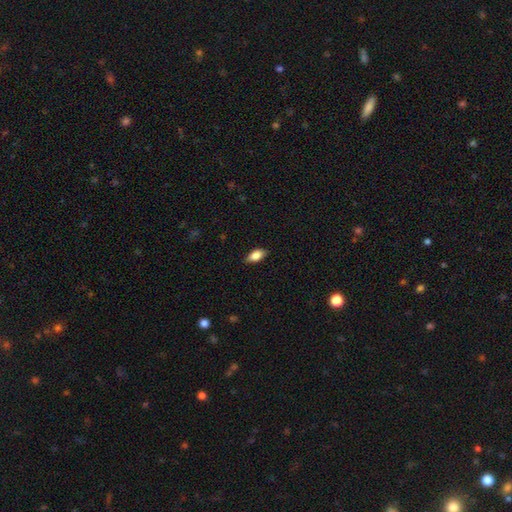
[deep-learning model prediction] Q: Smooth or featured?
A: smooth (84%); runner-up: featured or disk (9%)
Q: How rounded?
A: in between (89%); runner-up: cigar-shaped (7%)
Q: Merging?
A: none (85%); runner-up: minor disturbance (11%)